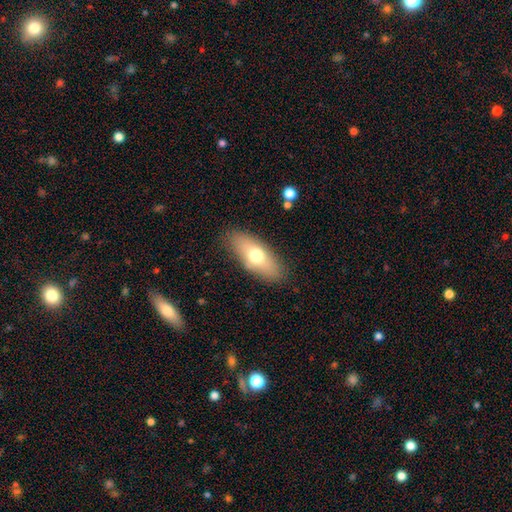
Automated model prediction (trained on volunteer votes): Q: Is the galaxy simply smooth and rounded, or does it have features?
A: smooth — 64%.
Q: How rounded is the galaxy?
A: in between — 76%.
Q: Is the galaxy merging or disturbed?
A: none — 85%.